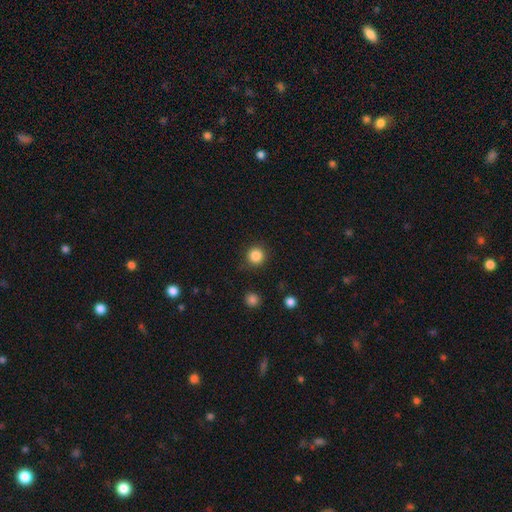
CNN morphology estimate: This is clearly a smooth galaxy (86%). How rounded: clearly round (94%). Merging: clearly none (89%).